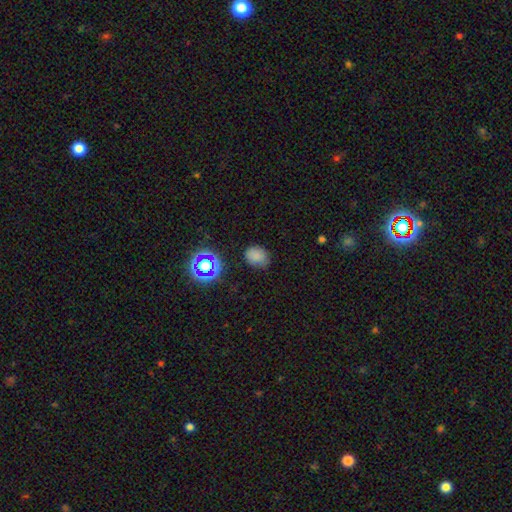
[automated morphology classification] Overall: smooth (74%). How rounded: in between (50%; round 49%). Merging: none (75%).